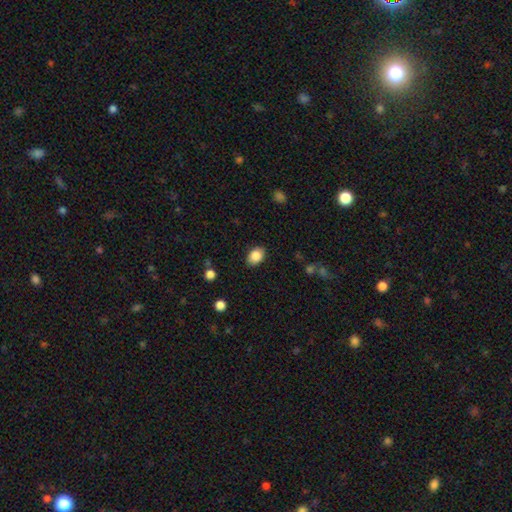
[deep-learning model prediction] Smooth or featured: smooth — 87% (star or artifact — 8%)
How rounded: in between — 76% (round — 23%)
Merging: none — 87% (minor disturbance — 10%)